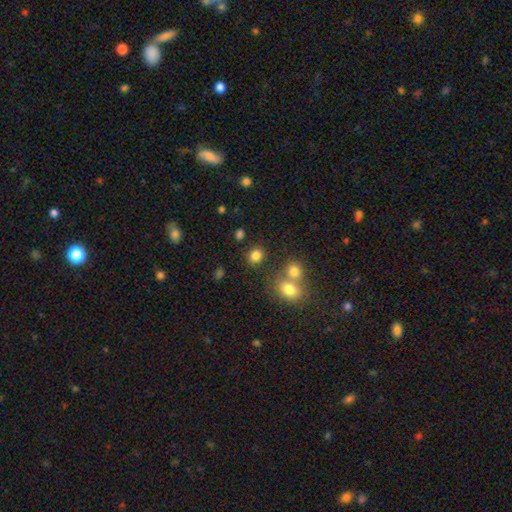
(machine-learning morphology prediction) The model was most divided on "how rounded": round: 71%, in between: 28%, cigar-shaped: 1%. More confident: smooth or featured — smooth (82%); merging — none (75%).